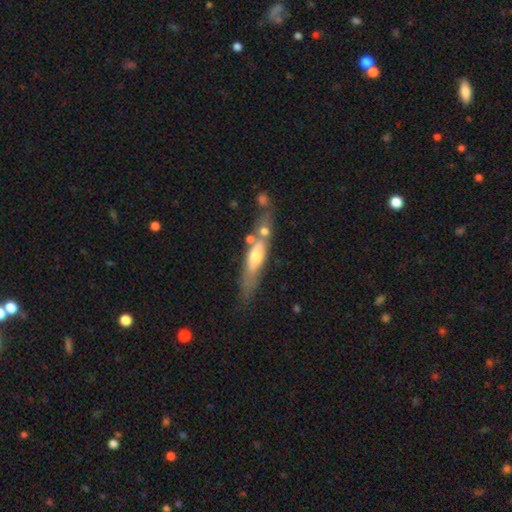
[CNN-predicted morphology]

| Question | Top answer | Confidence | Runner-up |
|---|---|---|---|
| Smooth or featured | featured or disk | 51% | smooth (43%) |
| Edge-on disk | yes | 70% | no (30%) |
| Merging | none | 55% | merger (19%) |